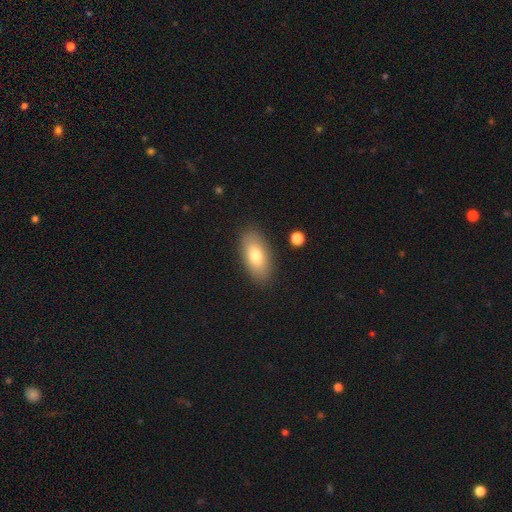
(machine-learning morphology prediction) This appears to be a smooth galaxy with no disk features (76%) that is in between round and cigar-shaped (91%). Merging: none (86%).